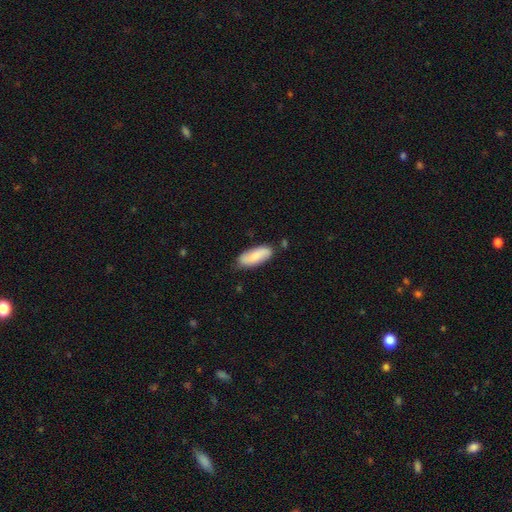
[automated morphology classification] A smooth galaxy with no disk features (74%) that is in between round and cigar-shaped (69%).

Vote fractions:
- Smooth or featured? smooth: 74% / featured or disk: 20% / star or artifact: 5%
- How rounded? in between: 69% / cigar-shaped: 29% / round: 2%
- Merging? none: 79% / minor disturbance: 16% / major disturbance: 3% / merger: 3%